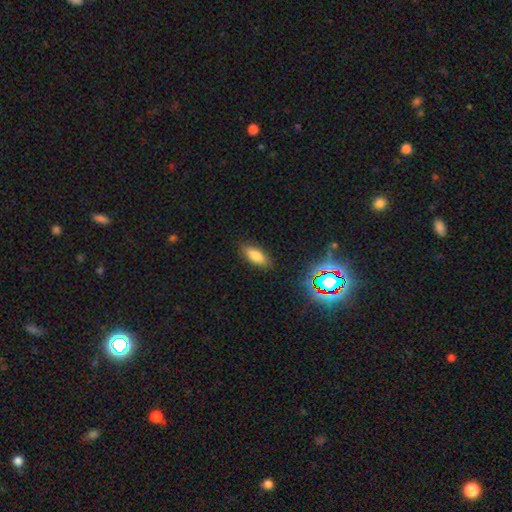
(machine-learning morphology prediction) smooth 79%, star or artifact 11%, featured or disk 10%. Down the decision tree: how rounded — in between (80%); merging — none (85%).